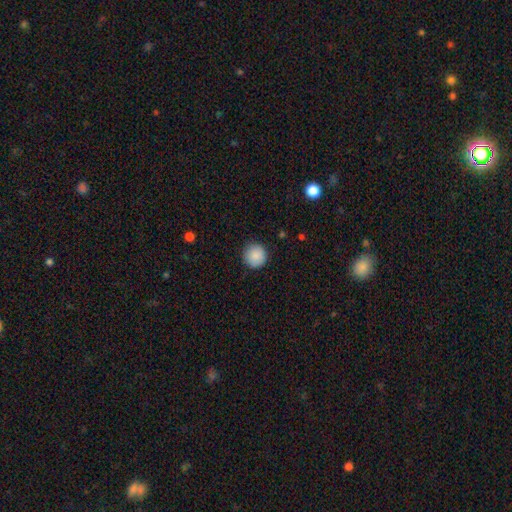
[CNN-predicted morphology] This is clearly a smooth galaxy (89%). How rounded: clearly round (95%). Merging: clearly none (89%).